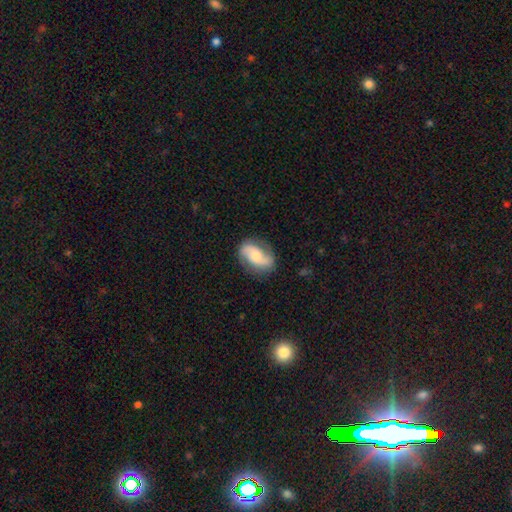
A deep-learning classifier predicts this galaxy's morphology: Q: Smooth or featured?
A: featured or disk (63%); runner-up: smooth (30%)
Q: Edge-on disk?
A: no (96%); runner-up: yes (4%)
Q: Bar?
A: no (51%); runner-up: weak (32%)
Q: Spiral arms?
A: yes (91%); runner-up: no (9%)
Q: Spiral winding?
A: loose (49%); runner-up: medium (36%)
Q: Spiral arm count?
A: 2 (89%); runner-up: can't tell (5%)
Q: Bulge size?
A: moderate (41%); runner-up: small (35%)
Q: Merging?
A: none (75%); runner-up: minor disturbance (17%)